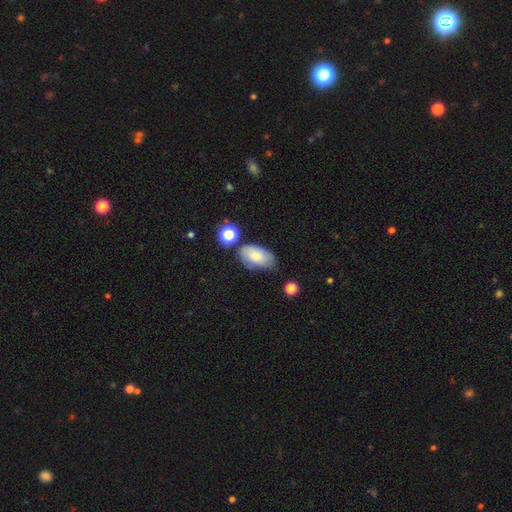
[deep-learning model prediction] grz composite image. It shows a smooth galaxy with no disk features (78%) that is in between round and cigar-shaped (93%). Merging: none (61%).